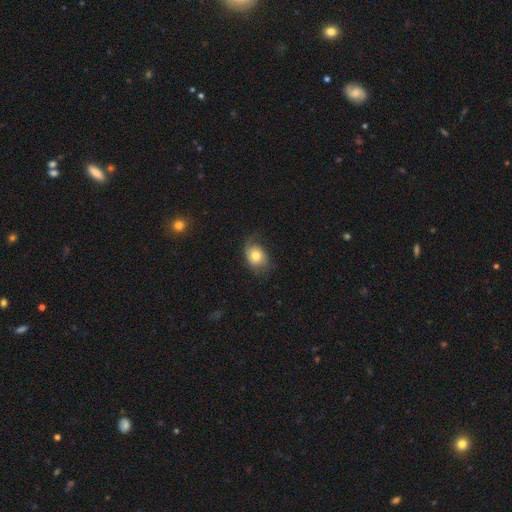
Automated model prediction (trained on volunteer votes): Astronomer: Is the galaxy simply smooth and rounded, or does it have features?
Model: smooth — 63%.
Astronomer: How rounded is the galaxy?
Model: in between — 61% (runner-up: round, 38%).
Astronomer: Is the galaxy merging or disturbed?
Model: none — 51% (runner-up: minor disturbance, 30%).